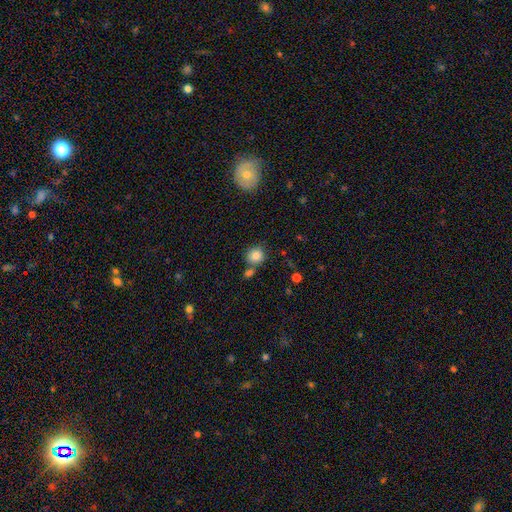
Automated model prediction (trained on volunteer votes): The model was most divided on "merging": none: 68%, merger: 17%, minor disturbance: 11%, major disturbance: 3%. More confident: how rounded — round (87%); smooth or featured — smooth (83%).